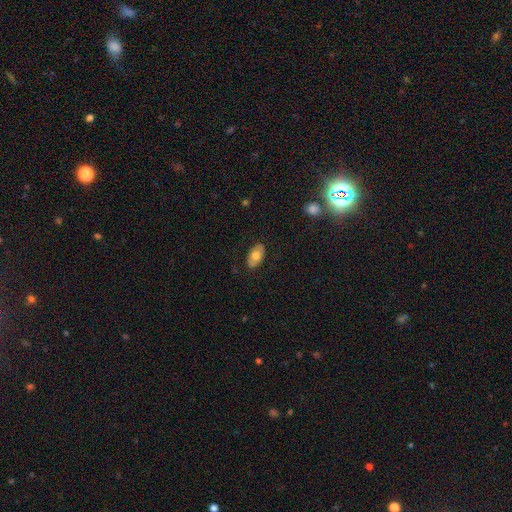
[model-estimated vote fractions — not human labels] A smooth galaxy with no disk features (67%) that is in between round and cigar-shaped (92%).

Vote fractions:
- Smooth or featured? smooth: 67% / featured or disk: 26% / star or artifact: 7%
- How rounded? in between: 92% / round: 6% / cigar-shaped: 2%
- Merging? none: 84% / minor disturbance: 12% / major disturbance: 3% / merger: 1%